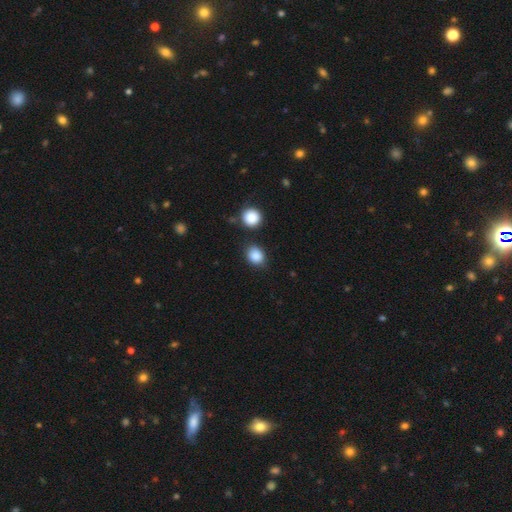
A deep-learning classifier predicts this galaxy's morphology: A smooth galaxy with no disk features (87%) that is round (53%). Merging: none (77%).